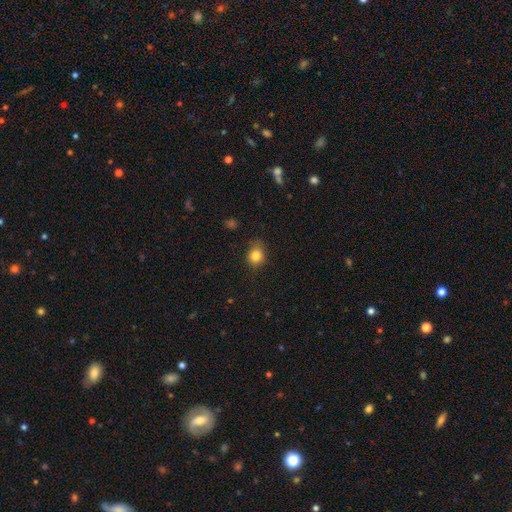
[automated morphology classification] Smooth or featured? smooth (83%)
How rounded? round (68%)
Merging? none (76%)